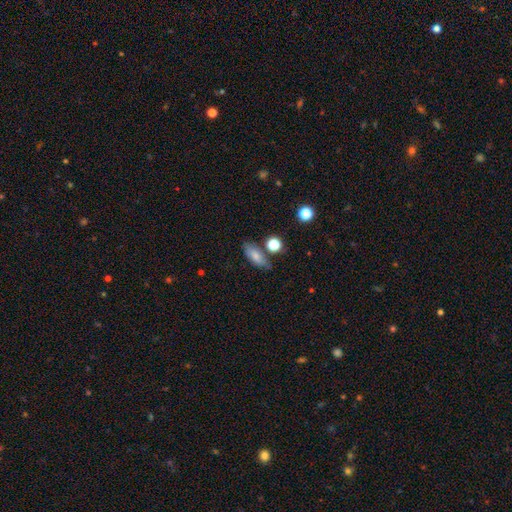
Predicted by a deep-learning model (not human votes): This appears to be a smooth galaxy with no disk features (75%) that is in between round and cigar-shaped (74%). Merging: none (69%).